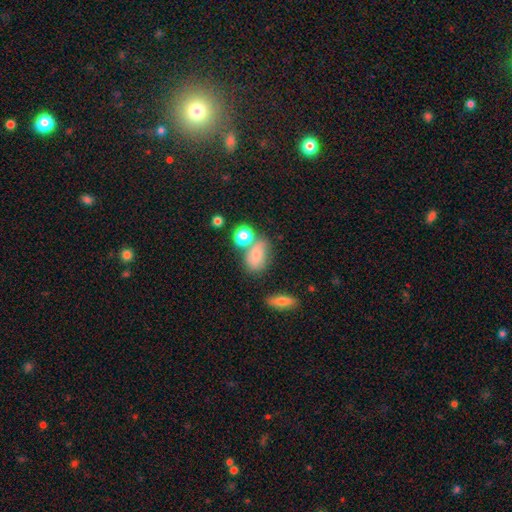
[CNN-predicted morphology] smooth 71%, featured or disk 17%, star or artifact 12%. Down the decision tree: how rounded — in between (74%); merging — none (44%).